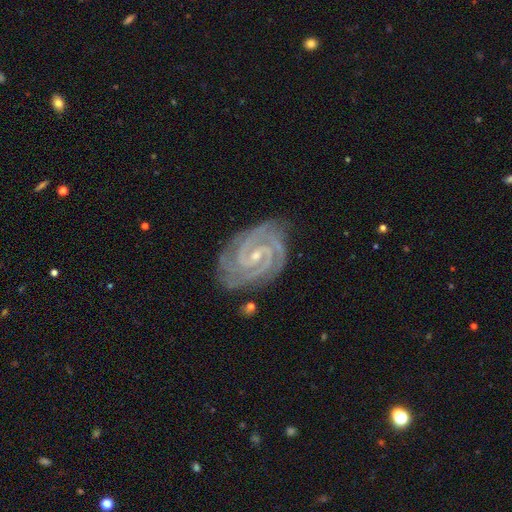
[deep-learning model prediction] Smooth or featured?
  - featured or disk: 93% *
  - star or artifact: 5%
  - smooth: 2%
Edge-on disk?
  - no: 98% *
  - yes: 2%
Bar?
  - weak: 43% *
  - no: 32%
  - strong: 25%
Spiral arms?
  - yes: 99% *
  - no: 1%
Spiral winding?
  - tight: 77% *
  - medium: 21%
  - loose: 2%
Spiral arm count?
  - 2: 60% *
  - 3: 21%
  - 4: 7%
  - can't tell: 5%
  - more than 4: 4%
  - 1: 4%
Bulge size?
  - small: 78% *
  - moderate: 19%
  - none: 2%
  - large: 1%
  - dominant: 1%
Merging?
  - none: 80% *
  - minor disturbance: 15%
  - major disturbance: 4%
  - merger: 2%